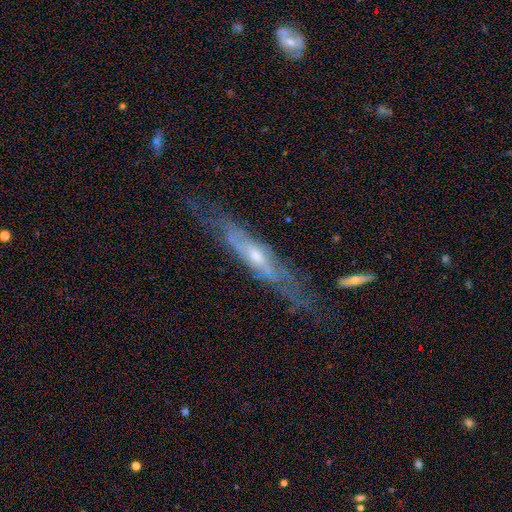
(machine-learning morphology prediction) smooth-or-featured: featured or disk: 75% | smooth: 16% | star or artifact: 9%
  disk-edge-on: yes: 67% | no: 33%
    edge-on-bulge: rounded: 62% | none: 33% | boxy: 6%
  merging: none: 73% | minor disturbance: 18% | major disturbance: 7% | merger: 2%